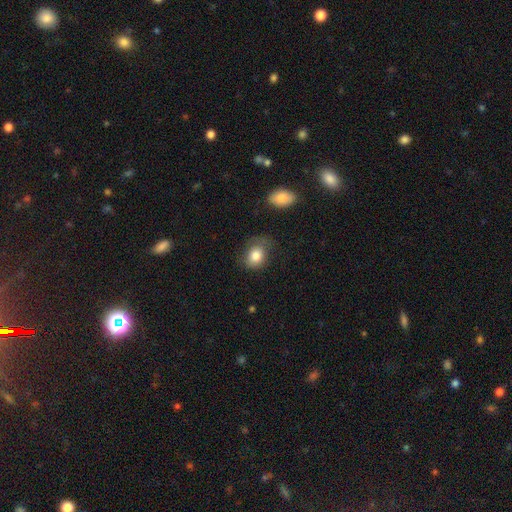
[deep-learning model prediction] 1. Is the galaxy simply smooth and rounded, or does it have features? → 81% smooth, 11% featured or disk, 8% star or artifact.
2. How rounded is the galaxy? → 51% in between, 48% round, 1% cigar-shaped.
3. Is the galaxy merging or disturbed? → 51% none, 29% minor disturbance, 17% major disturbance, 3% merger.